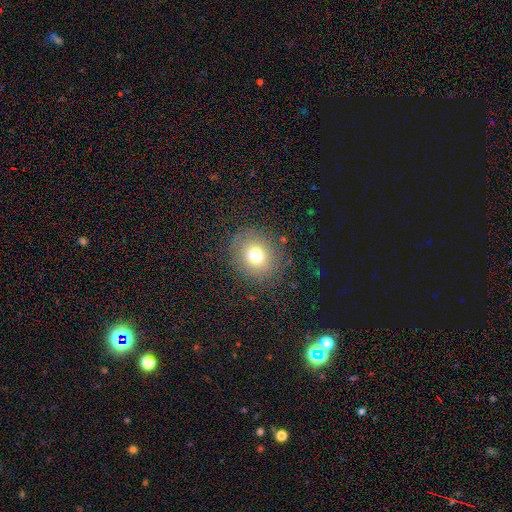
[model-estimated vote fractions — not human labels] This is likely a smooth galaxy (71%). How rounded: likely round (80%). Merging: clearly none (84%).